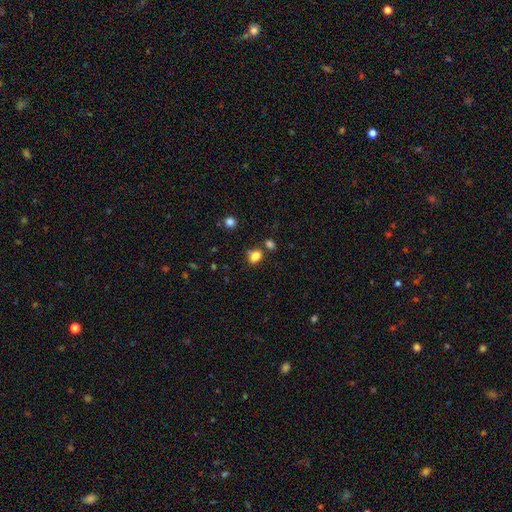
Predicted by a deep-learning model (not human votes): Smooth or featured? Predicted: smooth (p=0.81). How rounded? Predicted: in between (p=0.60). Merging? Predicted: none (p=0.65).